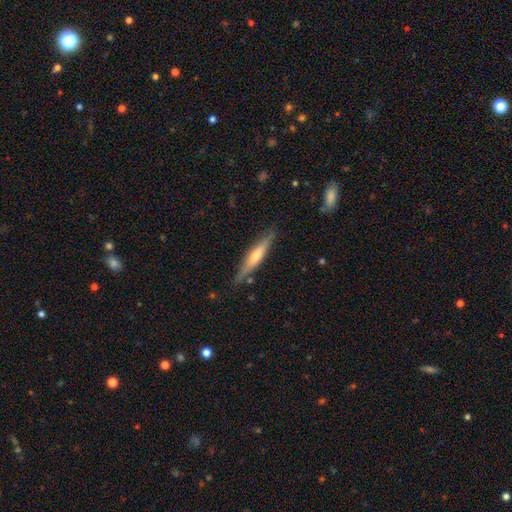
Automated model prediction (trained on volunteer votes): Overall: featured or disk (62%; smooth 32%). Edge-on disk: yes (94%). Edge-on bulge: rounded (77%). Merging: none (85%).